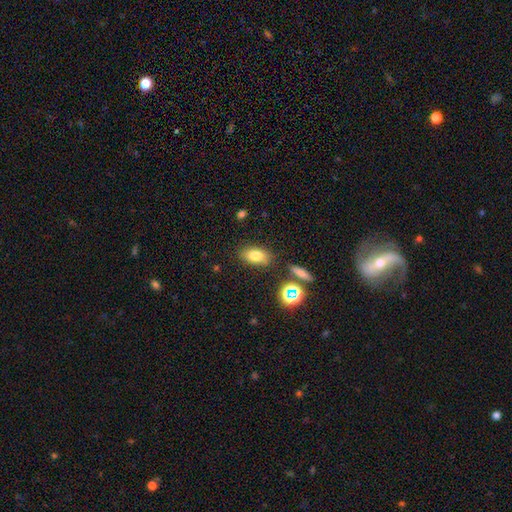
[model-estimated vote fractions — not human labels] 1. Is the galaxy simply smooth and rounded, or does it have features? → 75% smooth, 13% star or artifact, 12% featured or disk.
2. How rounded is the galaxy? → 83% in between, 11% round, 6% cigar-shaped.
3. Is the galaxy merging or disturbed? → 80% none, 12% minor disturbance, 5% merger, 4% major disturbance.